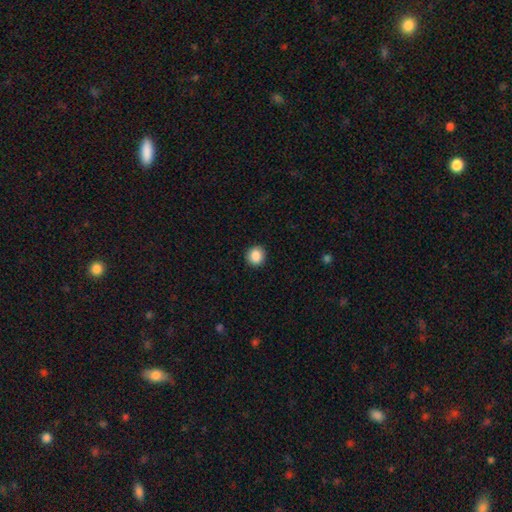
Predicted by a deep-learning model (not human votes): Smooth or featured? Predicted: smooth (p=0.88). How rounded? Predicted: round (p=0.89). Merging? Predicted: none (p=0.92).